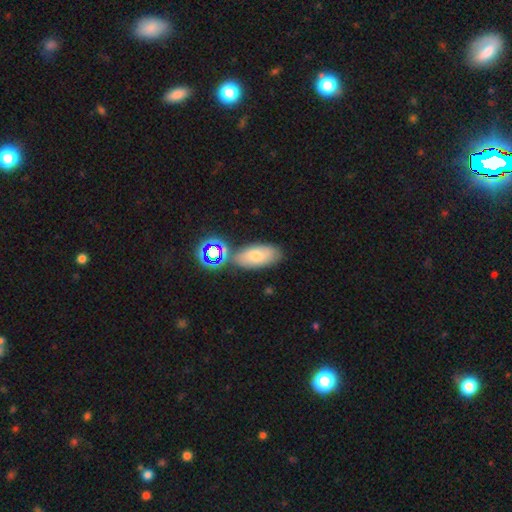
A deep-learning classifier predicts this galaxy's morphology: Smooth or featured?
  - smooth: 67% *
  - featured or disk: 19%
  - star or artifact: 14%
How rounded?
  - in between: 88% *
  - cigar-shaped: 6%
  - round: 5%
Merging?
  - none: 69% *
  - minor disturbance: 15%
  - merger: 12%
  - major disturbance: 4%